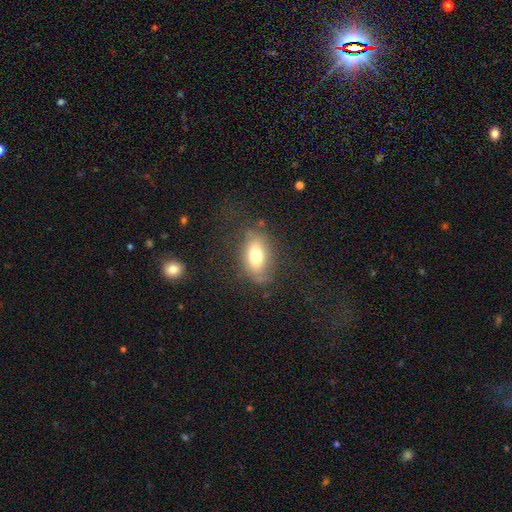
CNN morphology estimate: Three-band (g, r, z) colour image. It shows a smooth galaxy with no disk features (70%) that is in between round and cigar-shaped (86%). Merging: none (71%).